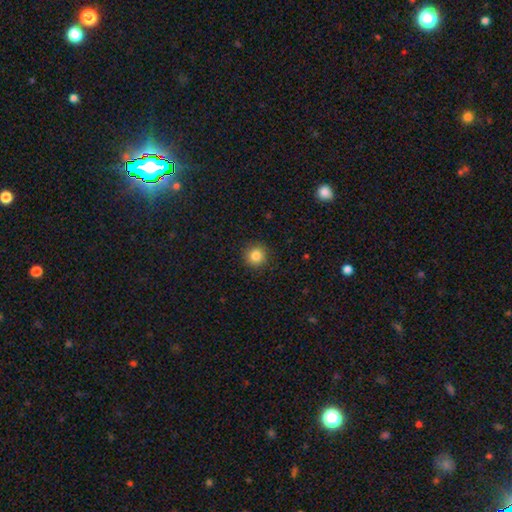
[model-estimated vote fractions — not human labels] Morphology: type=smooth (84%); roundness=round (93%); merging=none (91%).